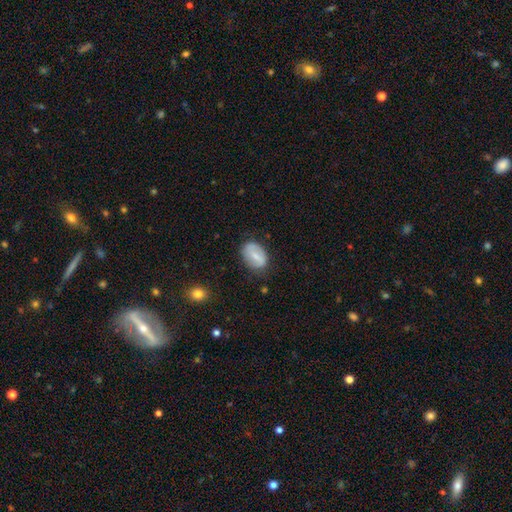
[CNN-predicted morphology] type=smooth (56%); roundness=in between (83%); merging=none (76%).